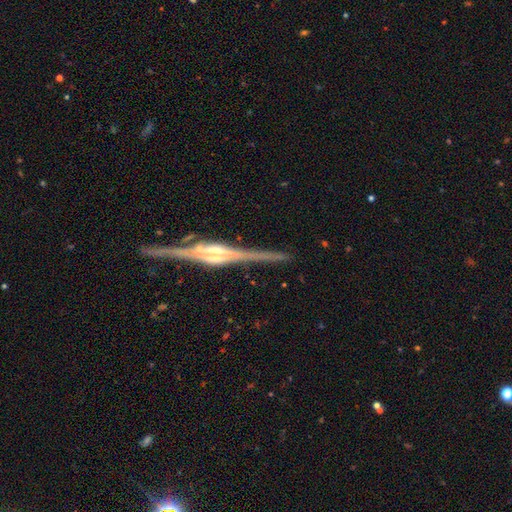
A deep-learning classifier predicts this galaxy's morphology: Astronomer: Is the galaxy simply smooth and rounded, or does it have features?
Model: featured or disk — 91%.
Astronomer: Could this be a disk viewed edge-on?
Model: yes — 98%.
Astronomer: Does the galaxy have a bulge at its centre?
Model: rounded — 56% (runner-up: boxy, 37%).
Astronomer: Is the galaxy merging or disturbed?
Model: none — 90%.